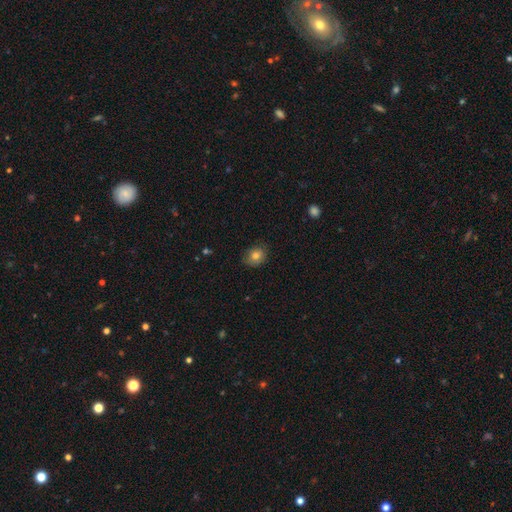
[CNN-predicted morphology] Smooth or featured? Predicted: smooth (p=0.78). How rounded? Predicted: round (p=0.63). Merging? Predicted: none (p=0.77).